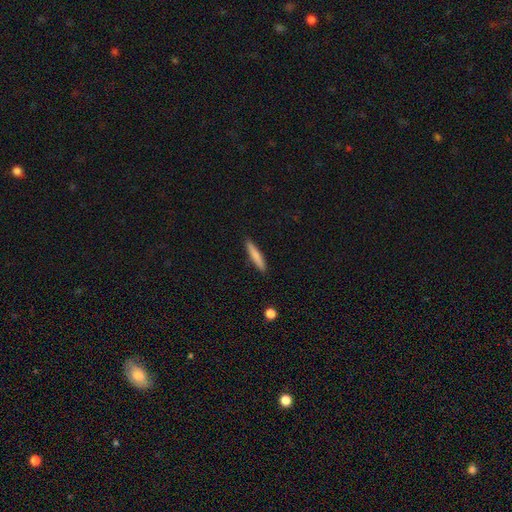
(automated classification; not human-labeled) The model was most divided on "smooth or featured": smooth: 78%, featured or disk: 16%, star or artifact: 6%. More confident: how rounded — cigar-shaped (92%); merging — none (91%).